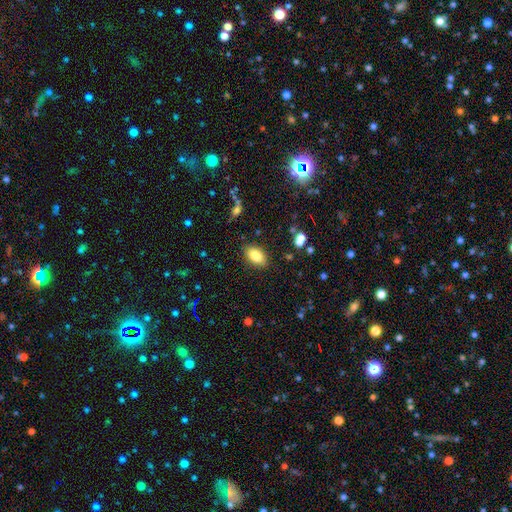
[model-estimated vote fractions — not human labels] This appears to be a smooth galaxy with no disk features (84%) that is in between round and cigar-shaped (92%). Merging: none (87%).